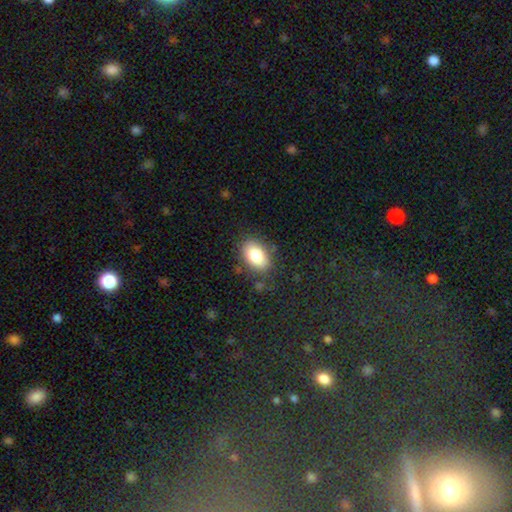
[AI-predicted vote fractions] smooth_or_featured: smooth (p=0.83) [alt: featured or disk p=0.09]
how_rounded: in between (p=0.88) [alt: round p=0.10]
merging: none (p=0.80) [alt: minor disturbance p=0.13]